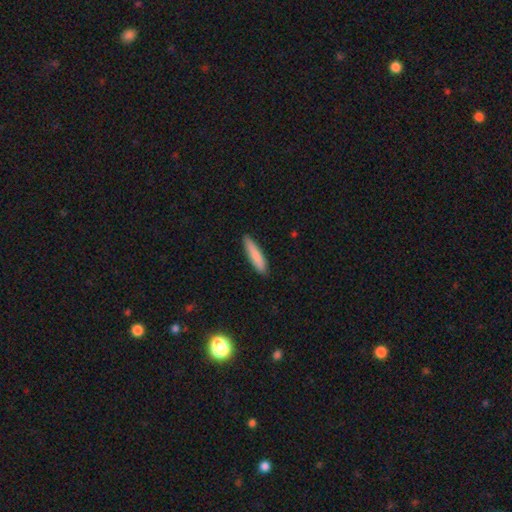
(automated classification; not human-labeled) This appears to be a smooth galaxy with no disk features (84%) that is cigar-shaped (84%). Merging: none (87%).